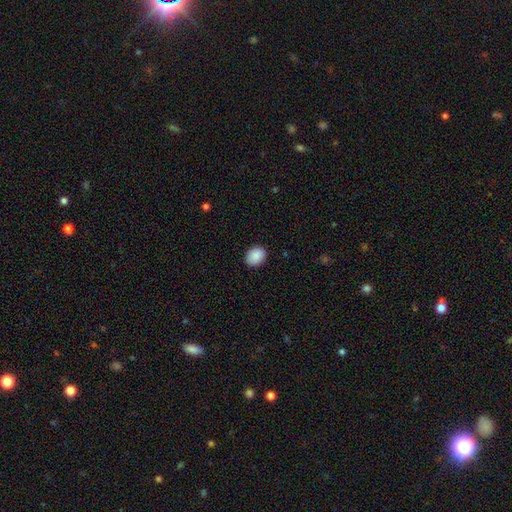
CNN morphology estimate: Q: Smooth or featured?
A: smooth (90%); runner-up: star or artifact (7%)
Q: How rounded?
A: in between (54%); runner-up: round (45%)
Q: Merging?
A: none (89%); runner-up: minor disturbance (8%)